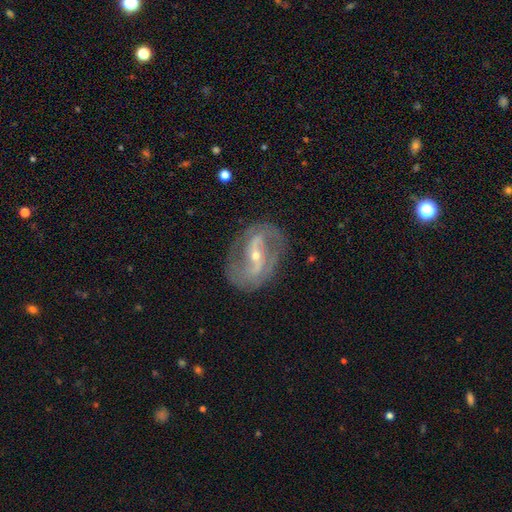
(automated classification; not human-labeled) featured or disk 86%, star or artifact 7%, smooth 7%. Down the decision tree: edge-on disk — no (95%); bar — strong (50%); spiral arms — yes (91%); spiral arm count — 2 (83%); spiral winding — medium (46%); bulge size — small (62%); merging — none (77%).